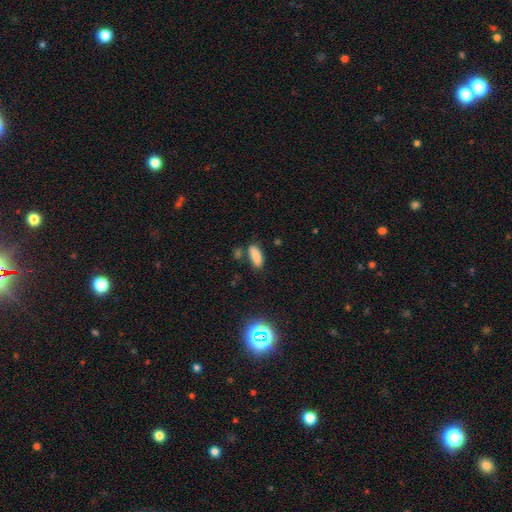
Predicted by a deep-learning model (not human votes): A smooth galaxy with no disk features (83%) that is in between round and cigar-shaped (70%). Merging: none (69%).